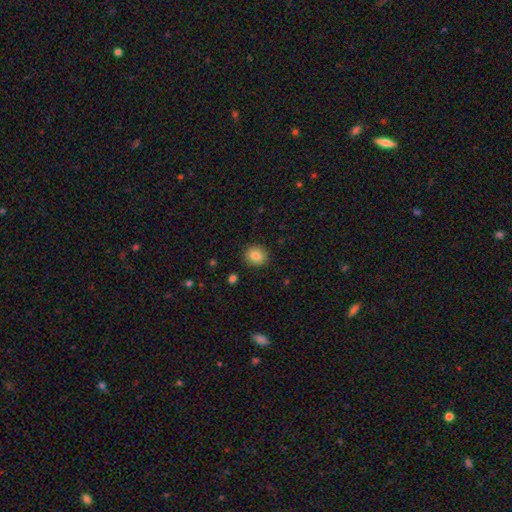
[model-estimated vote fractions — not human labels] This appears to be a smooth galaxy with no disk features (83%) that is round (80%). Merging: none (89%).